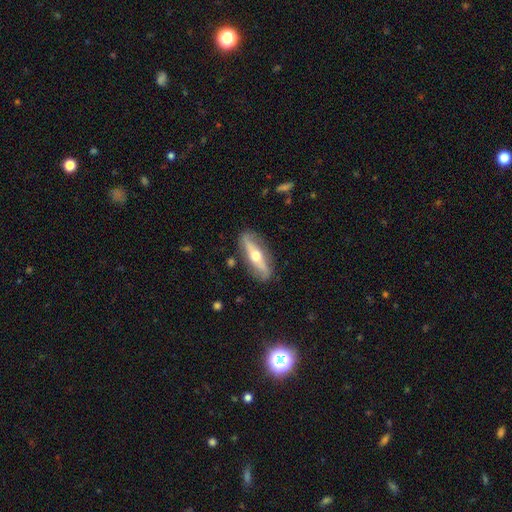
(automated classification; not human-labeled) The model was most divided on "edge-on disk": yes: 59%, no: 41%. More confident: merging — none (84%); smooth or featured — featured or disk (67%).